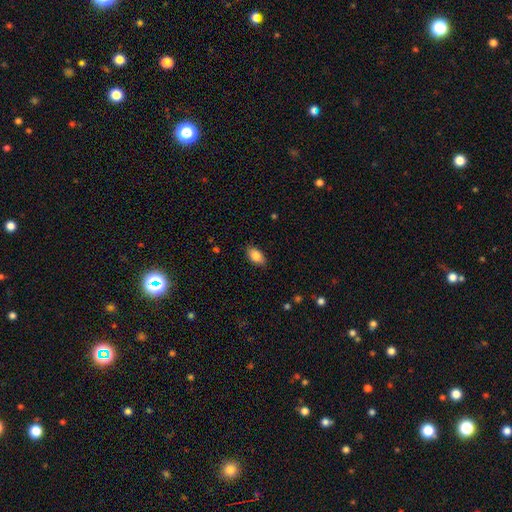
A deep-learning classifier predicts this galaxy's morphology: Smooth or featured: smooth — 86% (star or artifact — 7%)
How rounded: in between — 91% (round — 6%)
Merging: none — 85% (minor disturbance — 11%)